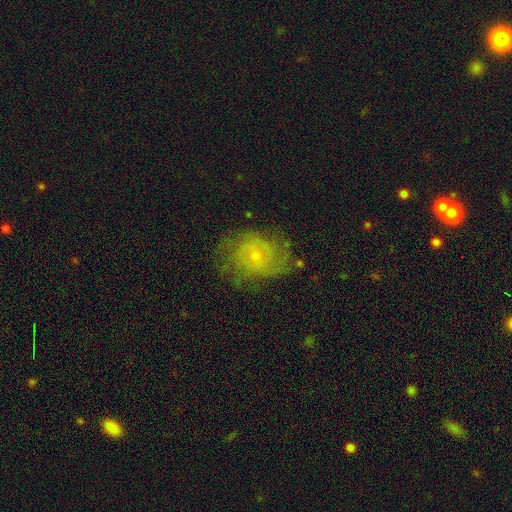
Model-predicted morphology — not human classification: smooth-or-featured: featured or disk: 59% | smooth: 30% | star or artifact: 11%
  disk-edge-on: no: 97% | yes: 3%
    bar: no: 78% | weak: 19% | strong: 3%
    has-spiral-arms: yes: 81% | no: 19%
    bulge-size: small: 78% | moderate: 15% | none: 4% | large: 1% | dominant: 1%
  merging: none: 66% | minor disturbance: 21% | major disturbance: 12% | merger: 1%